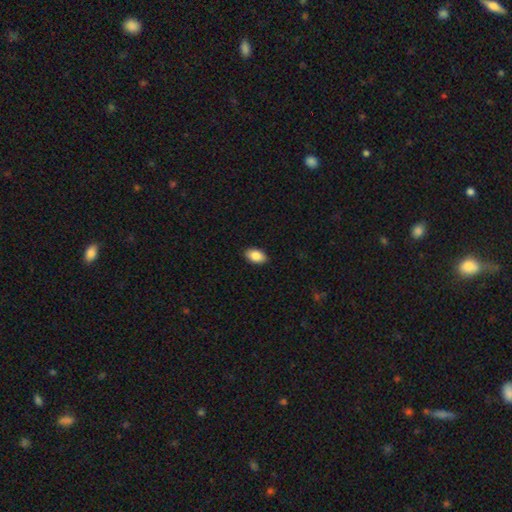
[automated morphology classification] Smooth or featured? smooth (86%)
How rounded? in between (93%)
Merging? none (90%)